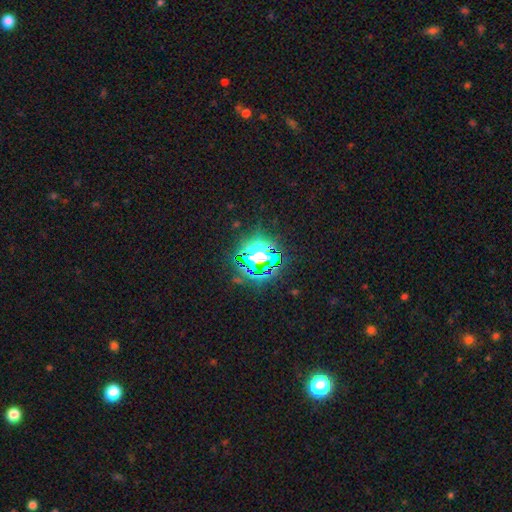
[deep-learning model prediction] Q: Smooth or featured?
A: star or artifact (67%); runner-up: smooth (20%)